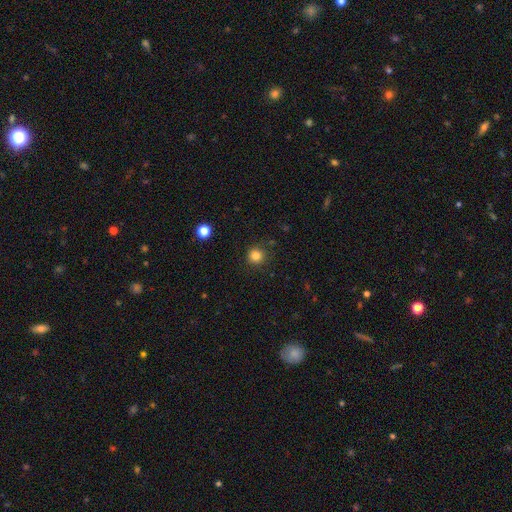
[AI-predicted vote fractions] A smooth galaxy with no disk features (83%) that is round (94%). Merging: none (89%).